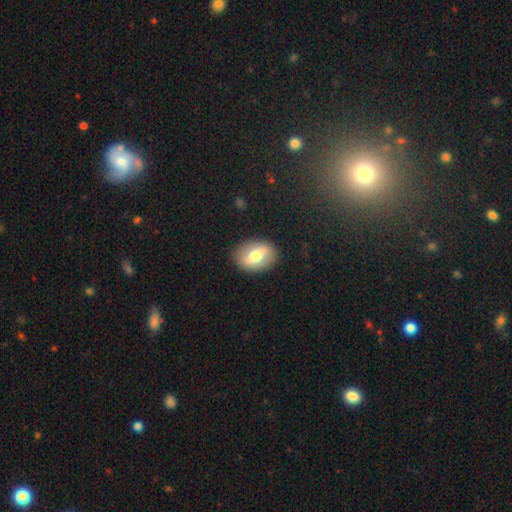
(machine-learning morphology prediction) Smooth or featured?
  - smooth: 60% *
  - featured or disk: 33%
  - star or artifact: 7%
How rounded?
  - in between: 78% *
  - round: 21%
  - cigar-shaped: 1%
Merging?
  - none: 86% *
  - minor disturbance: 10%
  - major disturbance: 3%
  - merger: 1%